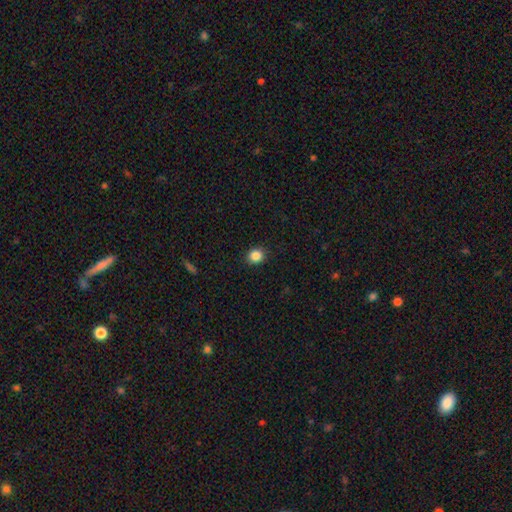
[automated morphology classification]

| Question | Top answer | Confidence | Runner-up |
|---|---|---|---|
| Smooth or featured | smooth | 86% | star or artifact (10%) |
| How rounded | round | 78% | in between (21%) |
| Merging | none | 91% | minor disturbance (6%) |